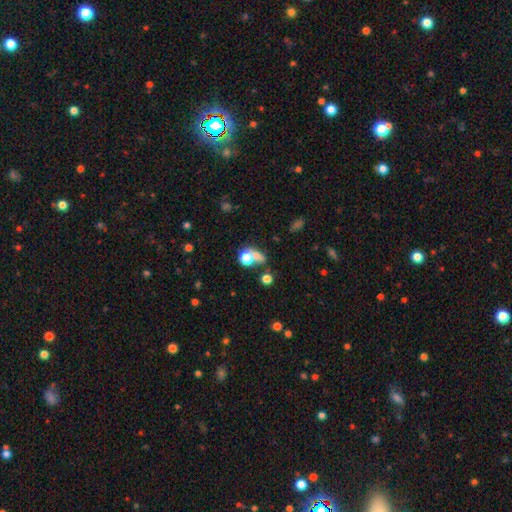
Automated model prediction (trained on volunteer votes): Smooth or featured? smooth (67%)
How rounded? round (62%)
Merging? merger (43%)